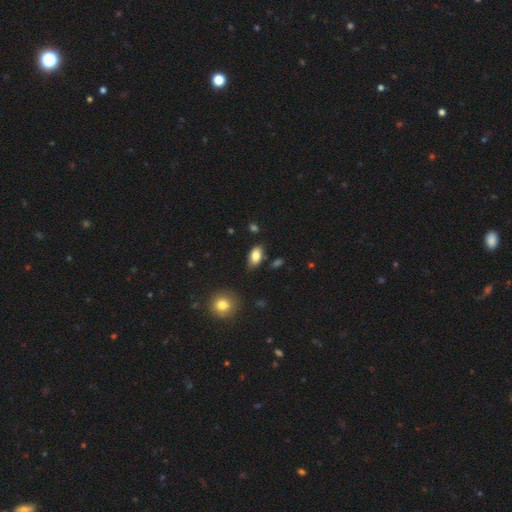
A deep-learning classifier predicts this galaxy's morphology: The model was most divided on "merging": none: 80%, minor disturbance: 14%, merger: 3%, major disturbance: 3%. More confident: how rounded — in between (92%); smooth or featured — smooth (81%).